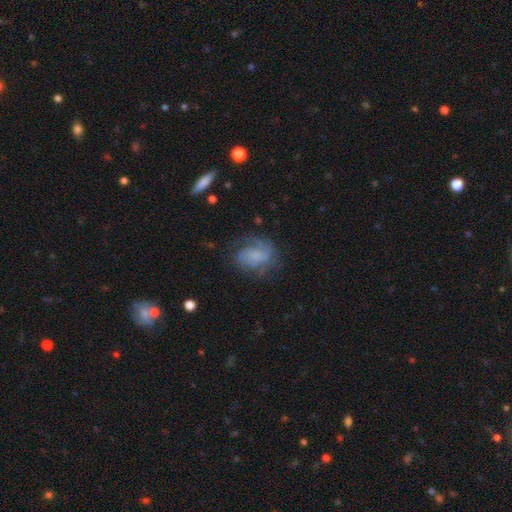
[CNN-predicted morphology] type=featured or disk (64%); edge-on=no (97%); bar=no (59%); spiral arms=yes (88%); winding=medium (42%); arm count=2 (52%); bulge=none (49%); merging=none (61%).